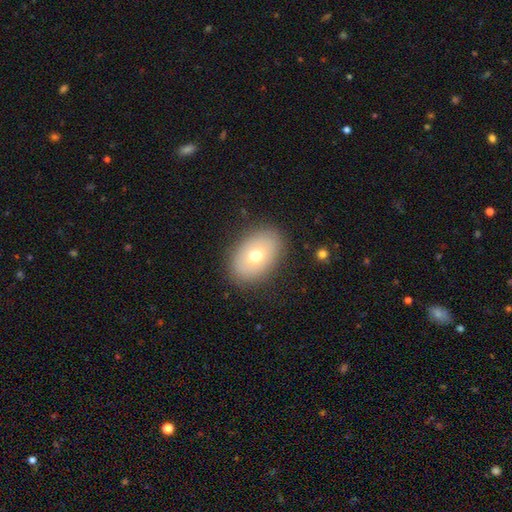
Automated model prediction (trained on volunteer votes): smooth-or-featured: smooth: 68% | featured or disk: 23% | star or artifact: 9%
  how-rounded: in between: 84% | round: 15% | cigar-shaped: 1%
  merging: none: 86% | minor disturbance: 10% | major disturbance: 3% | merger: 1%